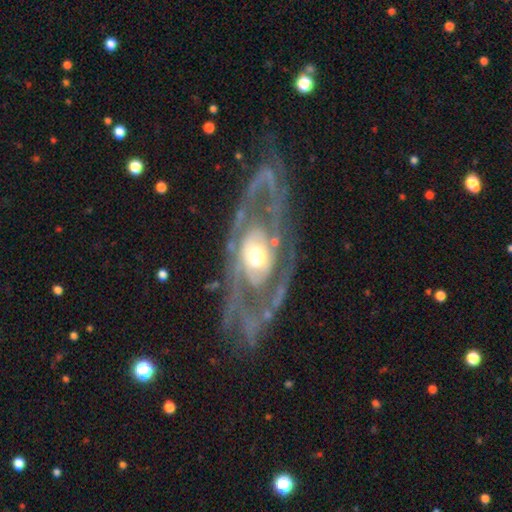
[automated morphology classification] featured or disk 87%, smooth 9%, star or artifact 4%. Down the decision tree: edge-on disk — no (92%); bar — no (72%); spiral arms — yes (79%); spiral arm count — 2 (45%); spiral winding — tight (49%); bulge size — moderate (66%); merging — none (60%).